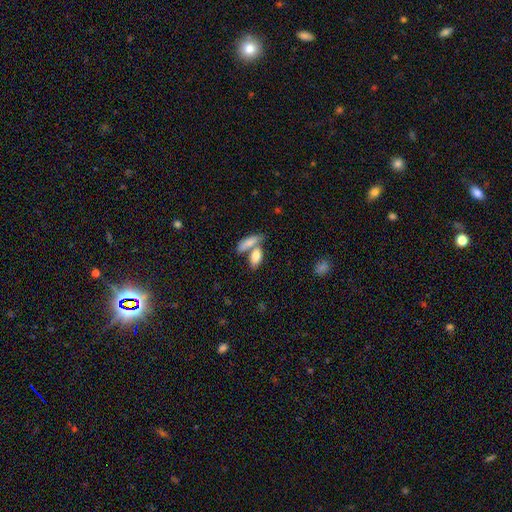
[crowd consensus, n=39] This is clearly a smooth galaxy (82%). How rounded: clearly in between (81%). Merging: possibly merger (57%).